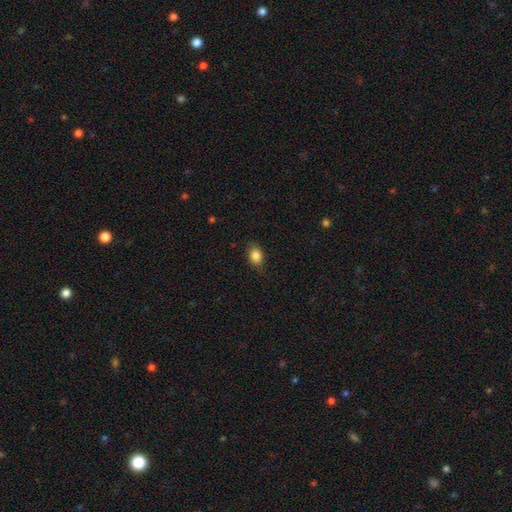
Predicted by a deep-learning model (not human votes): smooth 85%, star or artifact 9%, featured or disk 6%. Down the decision tree: how rounded — in between (62%); merging — none (78%).